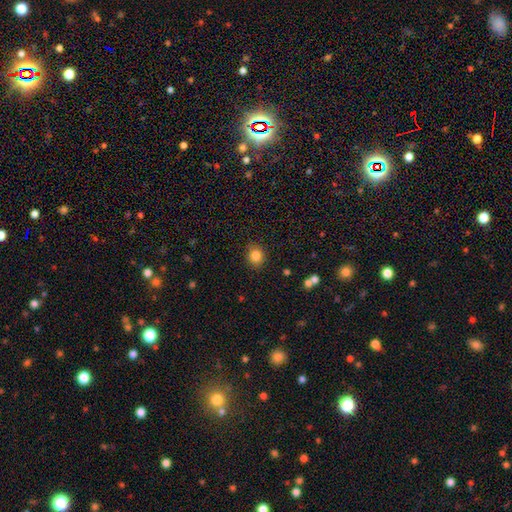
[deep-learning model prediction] A smooth galaxy with no disk features (84%) that is round (76%).

Vote fractions:
- Smooth or featured? smooth: 84% / star or artifact: 10% / featured or disk: 6%
- How rounded? round: 76% / in between: 23% / cigar-shaped: 1%
- Merging? none: 88% / minor disturbance: 8% / major disturbance: 2% / merger: 1%